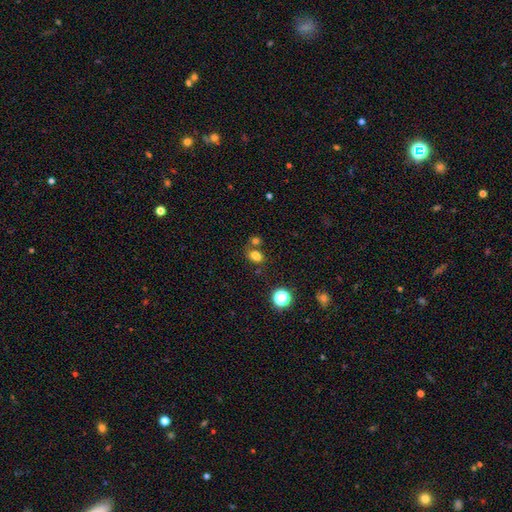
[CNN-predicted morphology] Q: Smooth or featured?
A: smooth (76%); runner-up: star or artifact (17%)
Q: How rounded?
A: in between (64%); runner-up: round (35%)
Q: Merging?
A: none (56%); runner-up: merger (26%)